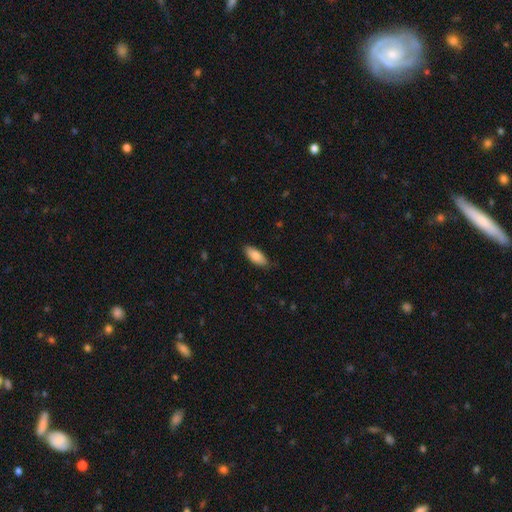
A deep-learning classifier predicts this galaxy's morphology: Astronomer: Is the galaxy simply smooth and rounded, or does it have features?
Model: smooth — 86%.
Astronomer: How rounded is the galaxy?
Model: in between — 83%.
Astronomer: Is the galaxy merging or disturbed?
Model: none — 81%.